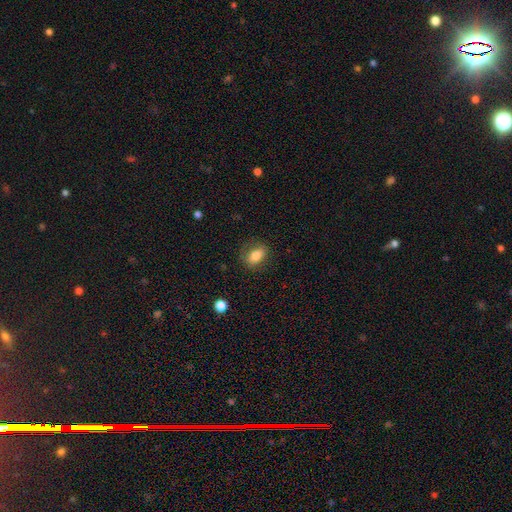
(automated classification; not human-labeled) smooth_or_featured: smooth (p=0.75) [alt: featured or disk p=0.16]
how_rounded: in between (p=0.78) [alt: round p=0.17]
merging: none (p=0.79) [alt: minor disturbance p=0.15]